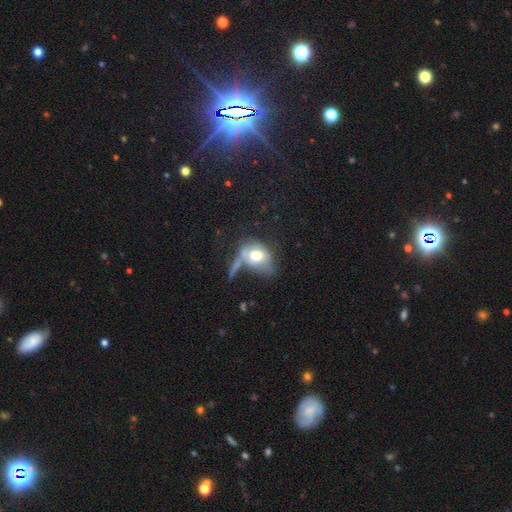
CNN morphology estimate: Smooth or featured? Predicted: smooth (p=0.58). How rounded? Predicted: in between (p=0.65). Merging? Predicted: major disturbance (p=0.30).